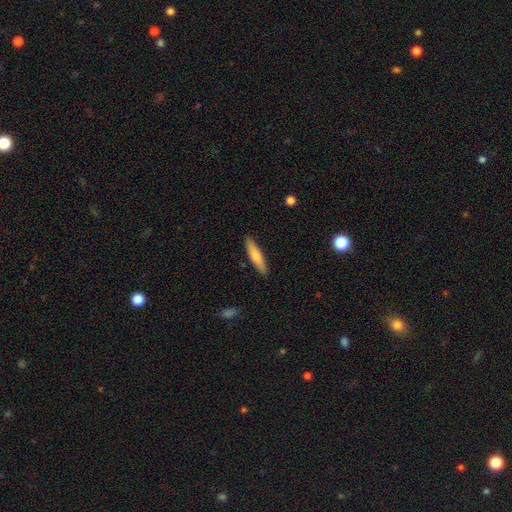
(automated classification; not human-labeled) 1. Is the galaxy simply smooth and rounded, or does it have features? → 73% smooth, 22% featured or disk, 5% star or artifact.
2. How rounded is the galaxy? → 82% cigar-shaped, 17% in between, 1% round.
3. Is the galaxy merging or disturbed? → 89% none, 8% minor disturbance, 2% major disturbance, 1% merger.